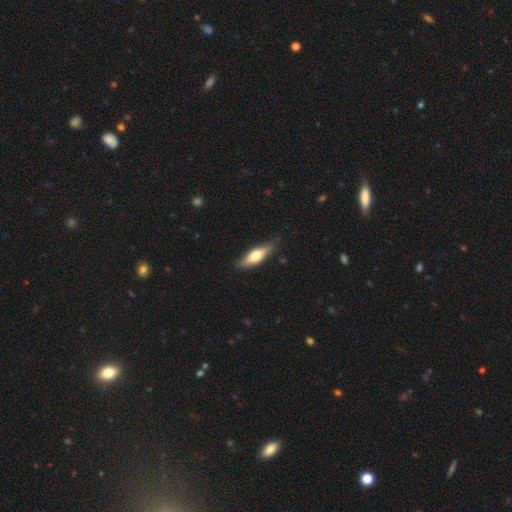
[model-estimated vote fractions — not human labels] Overall: smooth (63%; featured or disk 32%). How rounded: in between (54%; cigar-shaped 44%). Merging: none (79%).